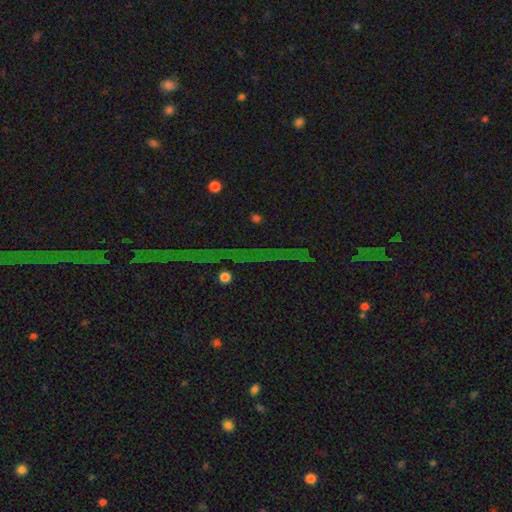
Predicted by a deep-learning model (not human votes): Smooth or featured? Predicted: star or artifact (p=0.78).